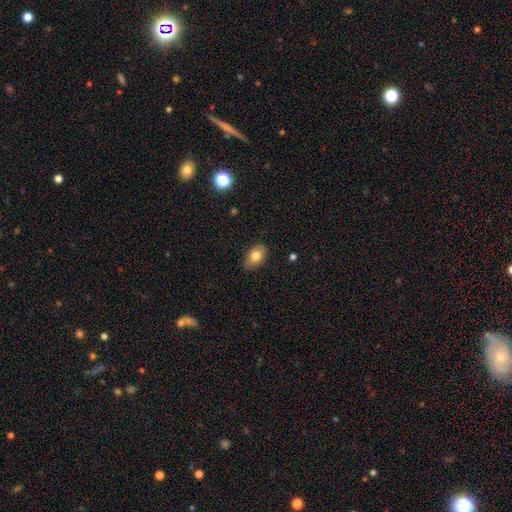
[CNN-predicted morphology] A smooth galaxy with no disk features (79%) that is in between round and cigar-shaped (86%). Merging: none (82%).